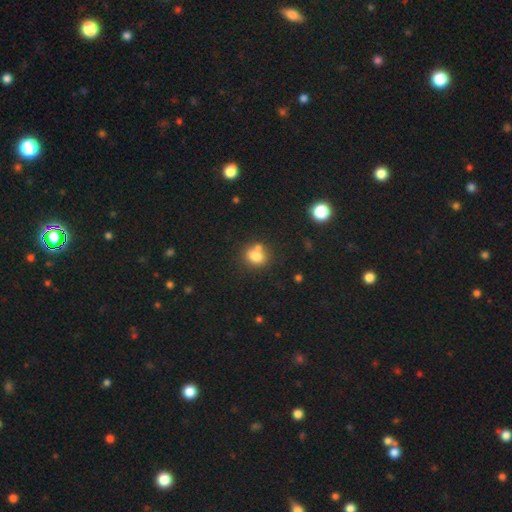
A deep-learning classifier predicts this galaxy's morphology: Overall: smooth (78%). How rounded: round (54%; in between 45%). Merging: none (55%; merger 29%).